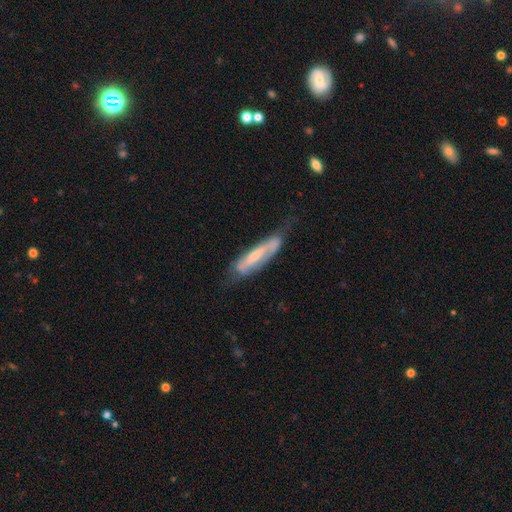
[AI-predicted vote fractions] Q: Smooth or featured?
A: featured or disk (62%); runner-up: smooth (31%)
Q: Edge-on disk?
A: no (61%); runner-up: yes (39%)
Q: Merging?
A: none (51%); runner-up: minor disturbance (30%)